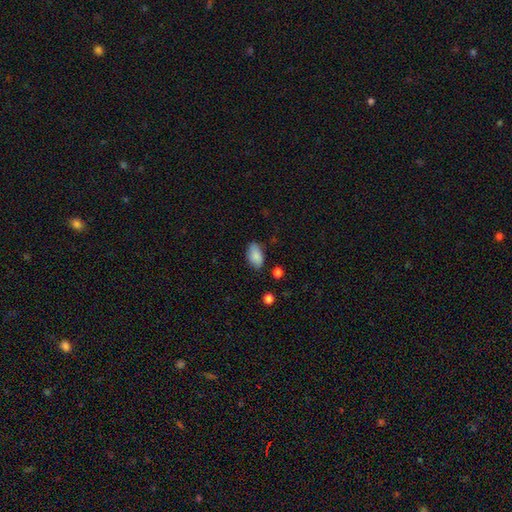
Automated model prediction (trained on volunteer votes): Morphology: type=smooth (87%); roundness=in between (93%); merging=none (75%).